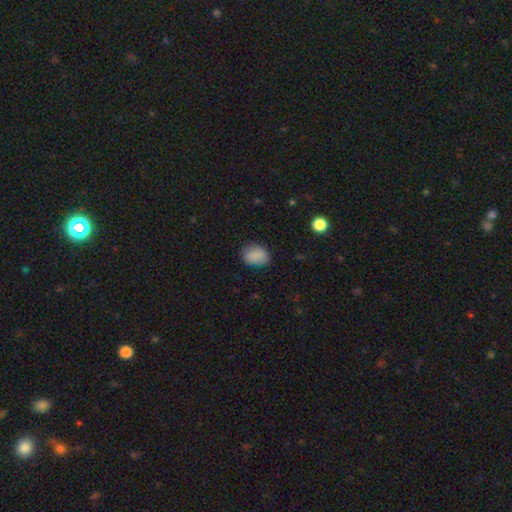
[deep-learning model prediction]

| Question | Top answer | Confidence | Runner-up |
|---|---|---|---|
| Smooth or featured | smooth | 86% | star or artifact (9%) |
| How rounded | in between | 70% | round (29%) |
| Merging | none | 77% | minor disturbance (18%) |